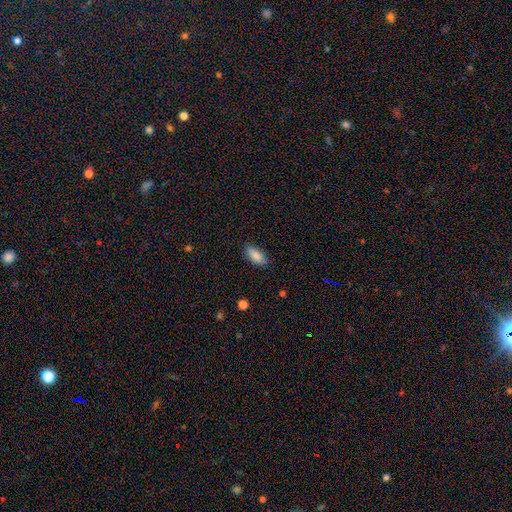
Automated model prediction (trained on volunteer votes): Q: Smooth or featured?
A: smooth (85%); runner-up: featured or disk (8%)
Q: How rounded?
A: in between (82%); runner-up: cigar-shaped (16%)
Q: Merging?
A: none (83%); runner-up: minor disturbance (14%)